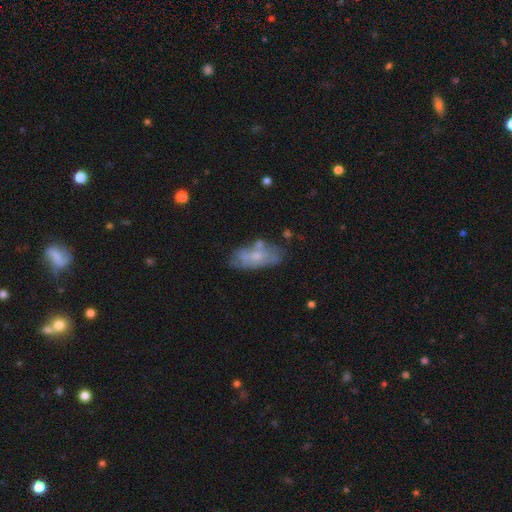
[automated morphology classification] Overall: smooth (47%; featured or disk 45%). Merging: none (53%; minor disturbance 25%).